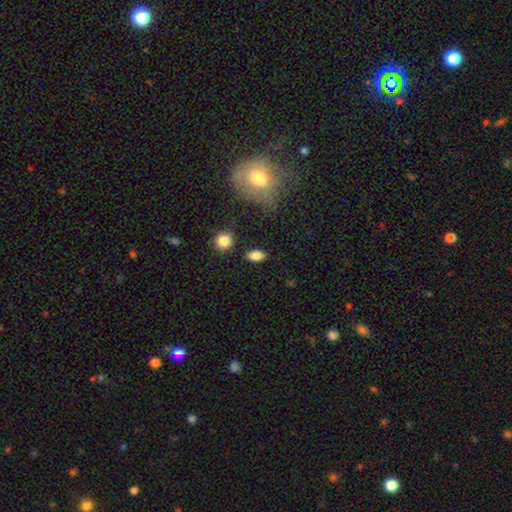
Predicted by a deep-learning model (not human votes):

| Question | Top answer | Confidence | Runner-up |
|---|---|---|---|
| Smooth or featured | smooth | 83% | star or artifact (9%) |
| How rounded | in between | 86% | round (10%) |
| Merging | none | 85% | minor disturbance (10%) |